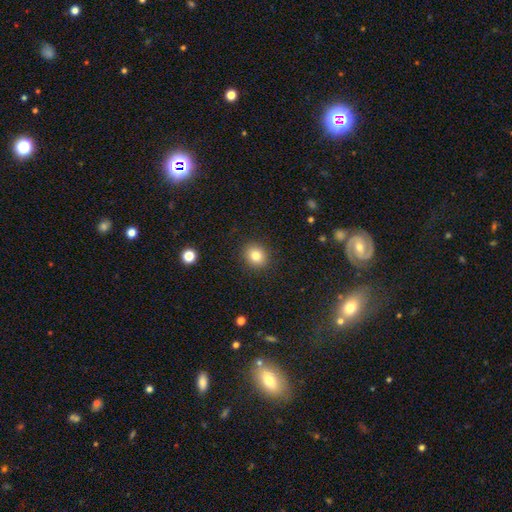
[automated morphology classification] This appears to be a smooth galaxy with no disk features (82%) that is round (73%). Merging: none (90%).